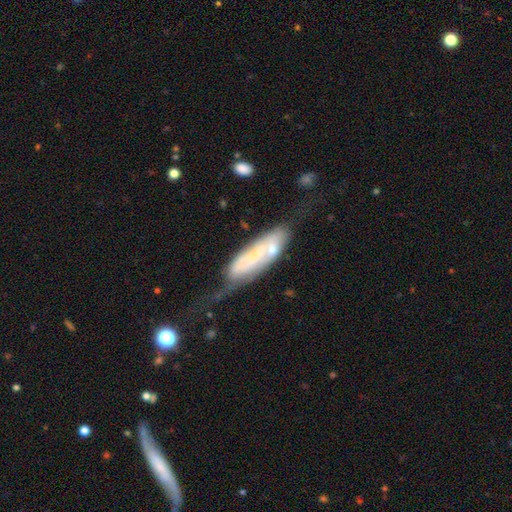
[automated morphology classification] Smooth or featured?
  - featured or disk: 55% *
  - smooth: 37%
  - star or artifact: 8%
Edge-on disk?
  - no: 73% *
  - yes: 27%
Merging?
  - major disturbance: 30% * (tied)
  - none: 30% * (tied)
  - minor disturbance: 26%
  - merger: 14%